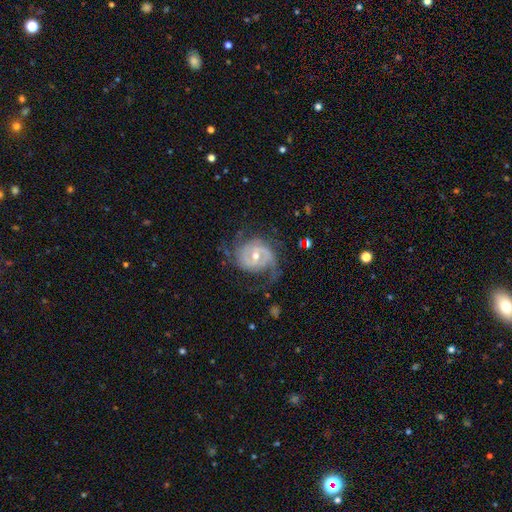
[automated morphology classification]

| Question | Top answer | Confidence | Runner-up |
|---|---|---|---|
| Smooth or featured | featured or disk | 86% | smooth (8%) |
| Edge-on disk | no | 97% | yes (3%) |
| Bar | weak | 45% | no (38%) |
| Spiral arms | yes | 93% | no (7%) |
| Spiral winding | tight | 44% | medium (38%) |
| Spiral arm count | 2 | 57% | can't tell (19%) |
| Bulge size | moderate | 54% | small (42%) |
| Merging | none | 60% | minor disturbance (20%) |